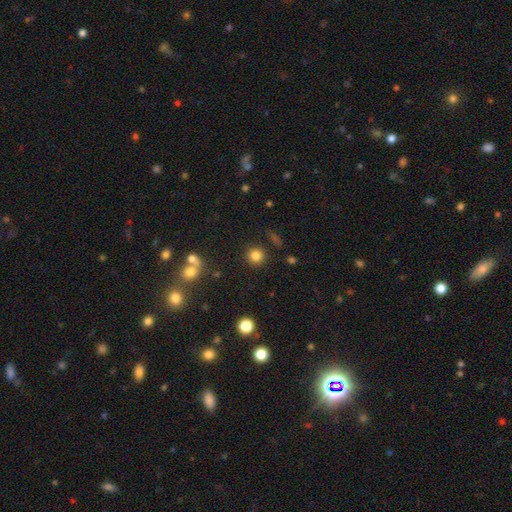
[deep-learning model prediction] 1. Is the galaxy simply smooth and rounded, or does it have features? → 82% smooth, 13% star or artifact, 6% featured or disk.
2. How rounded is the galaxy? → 92% round, 7% in between, 1% cigar-shaped.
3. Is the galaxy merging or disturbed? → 87% none, 7% minor disturbance, 3% merger, 3% major disturbance.